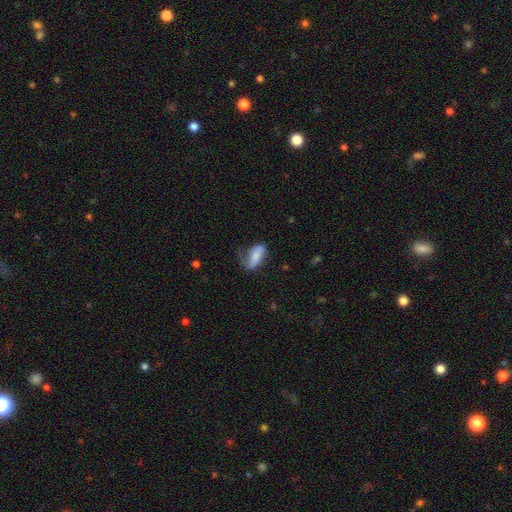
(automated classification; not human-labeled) smooth_or_featured: smooth (p=0.59) [alt: featured or disk p=0.34]
how_rounded: in between (p=0.78) [alt: cigar-shaped p=0.19]
merging: none (p=0.49) [alt: minor disturbance p=0.32]